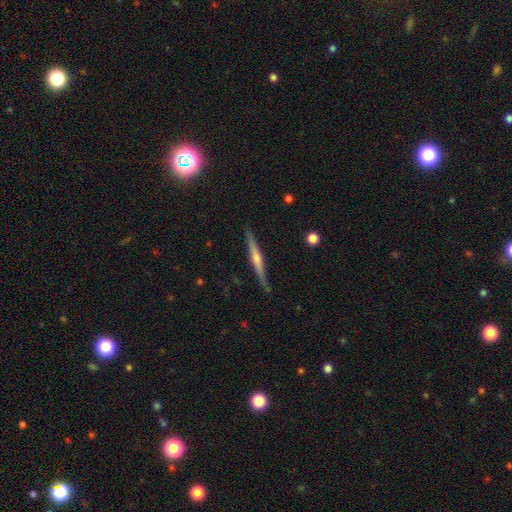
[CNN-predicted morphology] This appears to be a featured or disk galaxy (76%) viewed edge-on (98%) with a rounded central bulge (80%). Merging: none (89%).